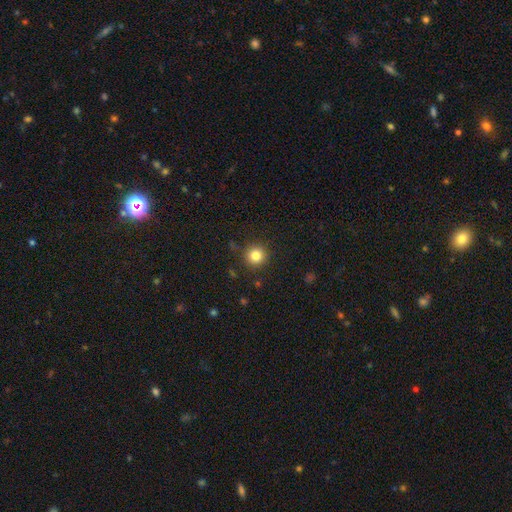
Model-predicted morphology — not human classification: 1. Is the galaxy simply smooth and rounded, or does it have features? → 83% smooth, 11% star or artifact, 6% featured or disk.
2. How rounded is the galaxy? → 94% round, 5% in between, 1% cigar-shaped.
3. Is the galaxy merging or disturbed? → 89% none, 7% minor disturbance, 2% major disturbance, 2% merger.